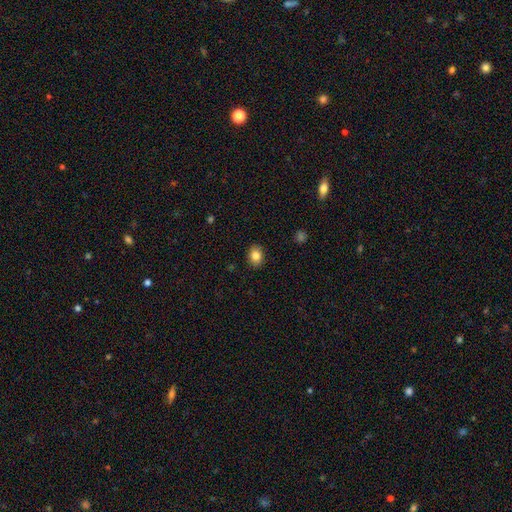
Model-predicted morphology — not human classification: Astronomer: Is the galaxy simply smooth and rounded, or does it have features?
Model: smooth — 84%.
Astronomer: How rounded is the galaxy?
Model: in between — 51% (runner-up: round, 48%).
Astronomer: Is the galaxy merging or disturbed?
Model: none — 89%.